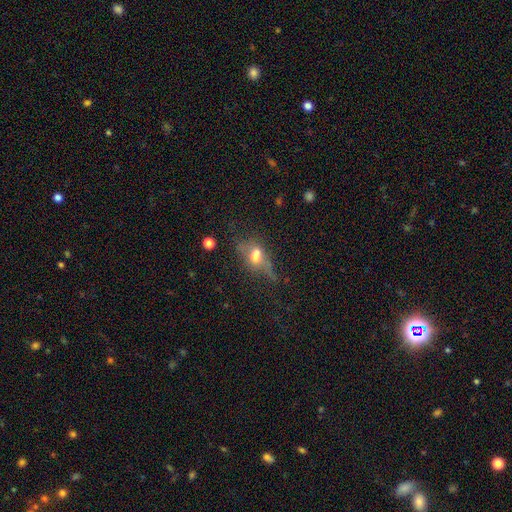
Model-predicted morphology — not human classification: Smooth or featured: smooth — 47% (featured or disk — 38%)
Merging: none — 32% (merger — 29%)